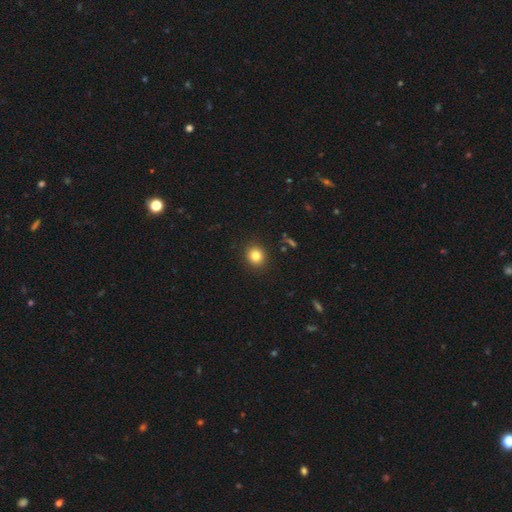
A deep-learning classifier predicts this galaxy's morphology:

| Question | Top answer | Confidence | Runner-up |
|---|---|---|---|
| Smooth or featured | smooth | 82% | star or artifact (12%) |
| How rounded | round | 85% | in between (14%) |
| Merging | none | 91% | minor disturbance (6%) |